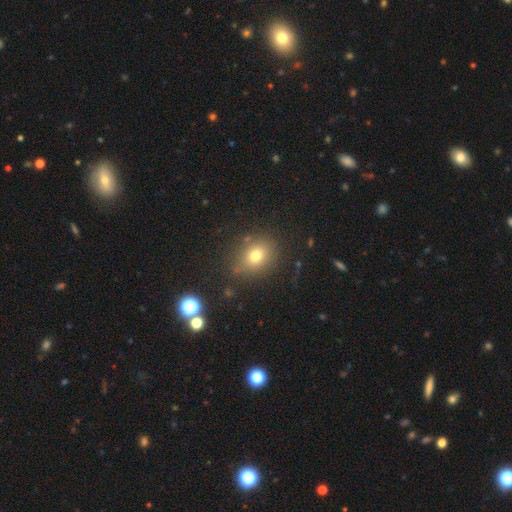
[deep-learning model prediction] Smooth or featured: smooth — 75% (star or artifact — 15%)
How rounded: round — 58% (in between — 41%)
Merging: none — 79% (minor disturbance — 14%)